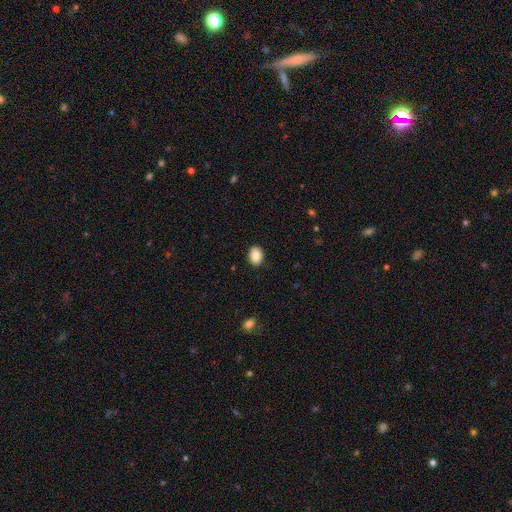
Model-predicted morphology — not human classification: Smooth or featured?
  - smooth: 86% *
  - star or artifact: 8%
  - featured or disk: 6%
How rounded?
  - in between: 74% *
  - round: 25%
  - cigar-shaped: 1%
Merging?
  - none: 88% *
  - minor disturbance: 9%
  - major disturbance: 2%
  - merger: 1%